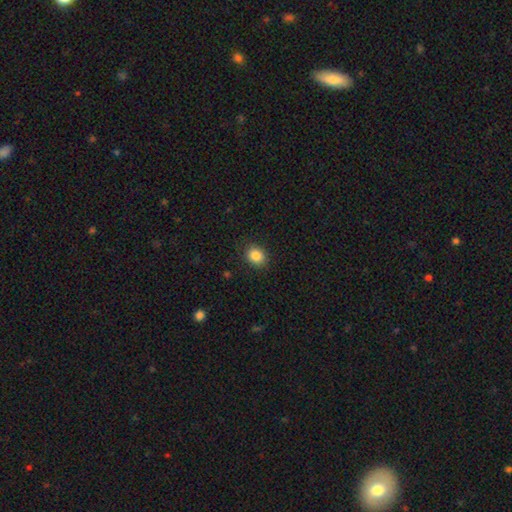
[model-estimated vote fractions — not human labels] Smooth or featured? smooth (86%)
How rounded? round (60%)
Merging? none (88%)